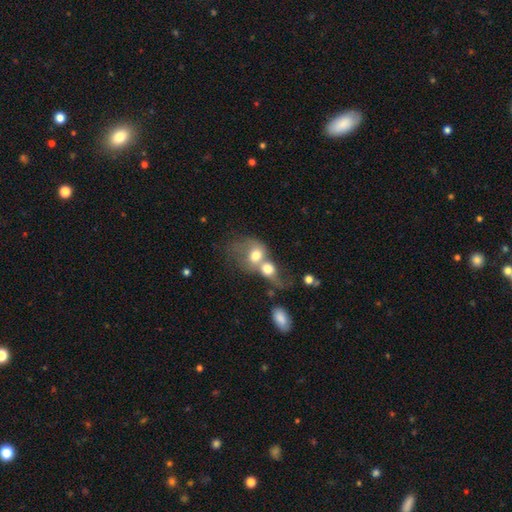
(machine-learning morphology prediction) A smooth galaxy with no disk features (64%) that is round (53%). Merging: merger (77%).